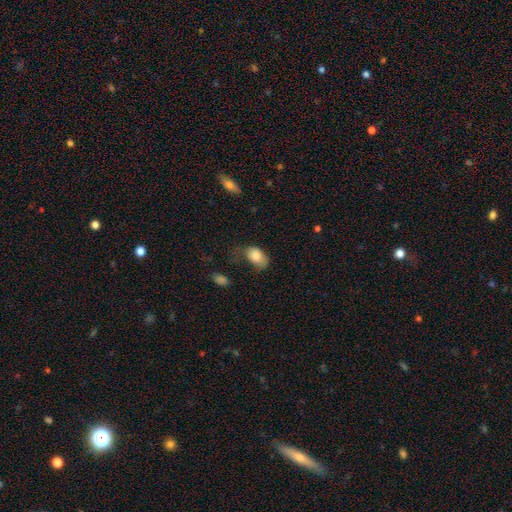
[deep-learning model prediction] The model was most divided on "merging": minor disturbance: 36%, none: 34%, major disturbance: 27%, merger: 3%. More confident: how rounded — in between (87%); smooth or featured — smooth (81%).